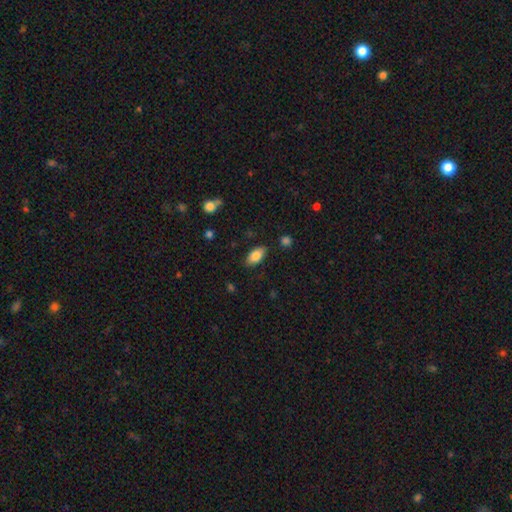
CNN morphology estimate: Smooth or featured?
  - smooth: 83% *
  - featured or disk: 9%
  - star or artifact: 7%
How rounded?
  - in between: 92% *
  - cigar-shaped: 5%
  - round: 3%
Merging?
  - none: 84% *
  - minor disturbance: 12%
  - major disturbance: 3%
  - merger: 2%